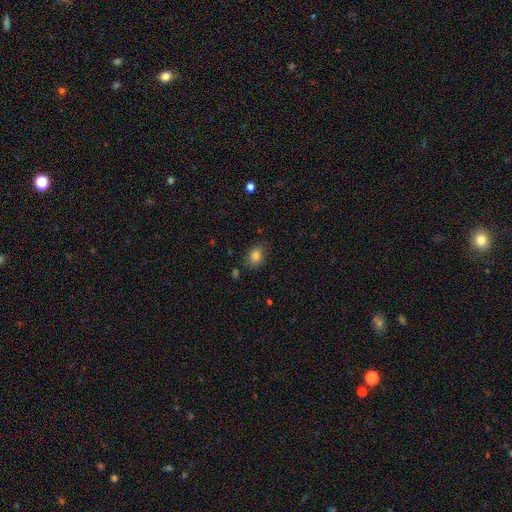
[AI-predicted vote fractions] smooth_or_featured: smooth (p=0.81) [alt: star or artifact p=0.11]
how_rounded: in between (p=0.61) [alt: round p=0.38]
merging: none (p=0.82) [alt: minor disturbance p=0.13]